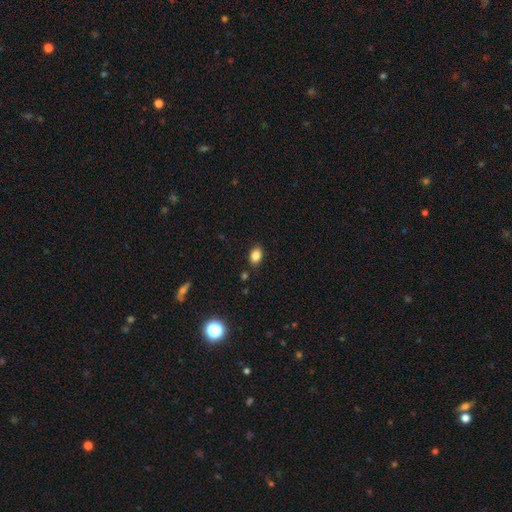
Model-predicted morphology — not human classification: Smooth or featured? smooth (84%)
How rounded? in between (81%)
Merging? none (84%)